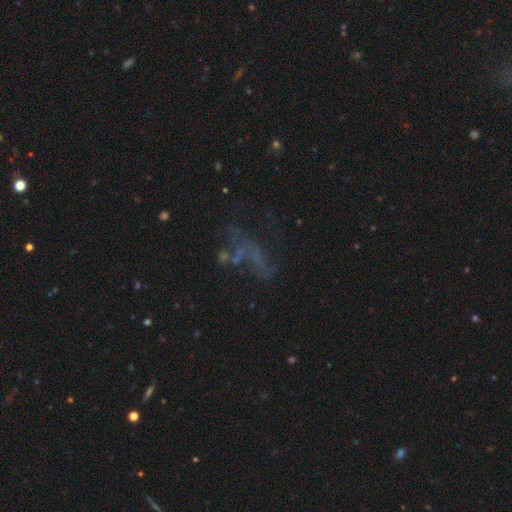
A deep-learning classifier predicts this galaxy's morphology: Smooth or featured: featured or disk — 42% (star or artifact — 32%)
Merging: none — 37% (major disturbance — 35%)